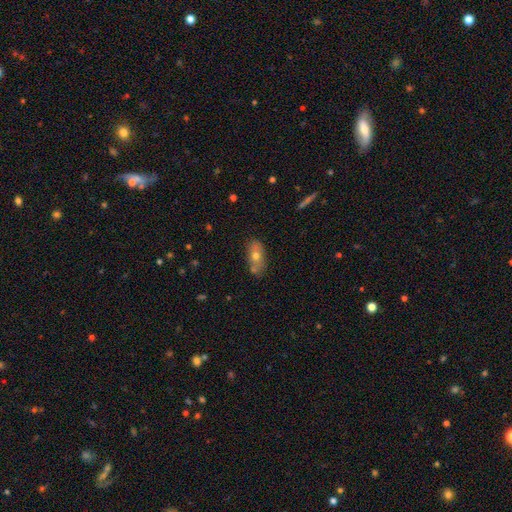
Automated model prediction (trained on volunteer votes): A smooth galaxy with no disk features (64%) that is in between round and cigar-shaped (86%). Merging: none (69%).